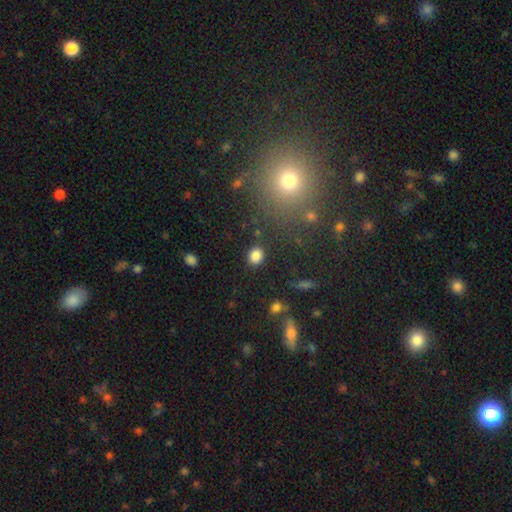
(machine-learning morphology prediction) Q: Smooth or featured?
A: smooth (85%); runner-up: star or artifact (10%)
Q: How rounded?
A: round (58%); runner-up: in between (41%)
Q: Merging?
A: none (86%); runner-up: minor disturbance (9%)